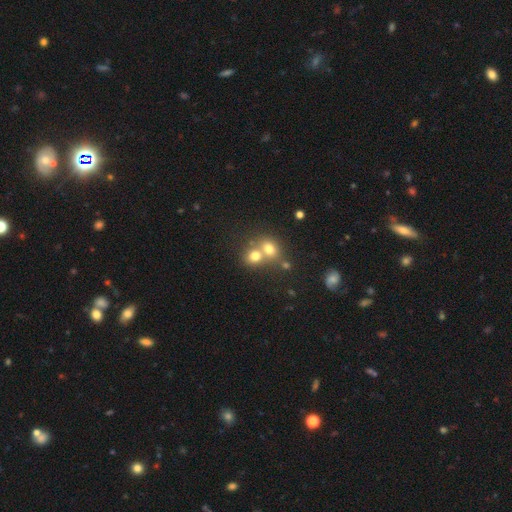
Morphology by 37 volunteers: This appears to be a smooth galaxy with no disk features (84%) that is round (87%). Merging: merger (43%).